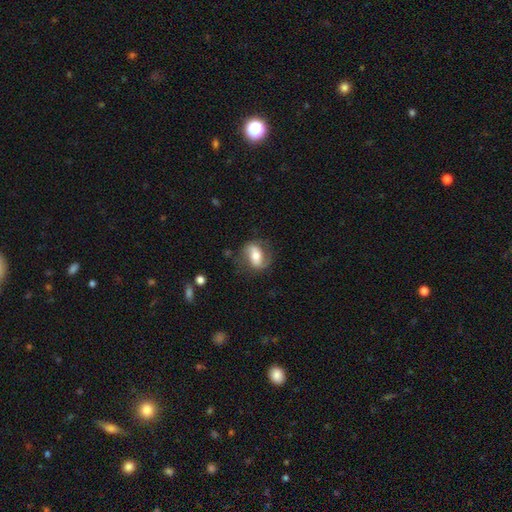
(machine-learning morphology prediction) Smooth or featured? Predicted: featured or disk (p=0.57). Edge-on disk? Predicted: no (p=0.93). Bar? Predicted: strong (p=0.38). Spiral arms? Predicted: yes (p=0.79). Bulge size? Predicted: moderate (p=0.62). Merging? Predicted: none (p=0.67).